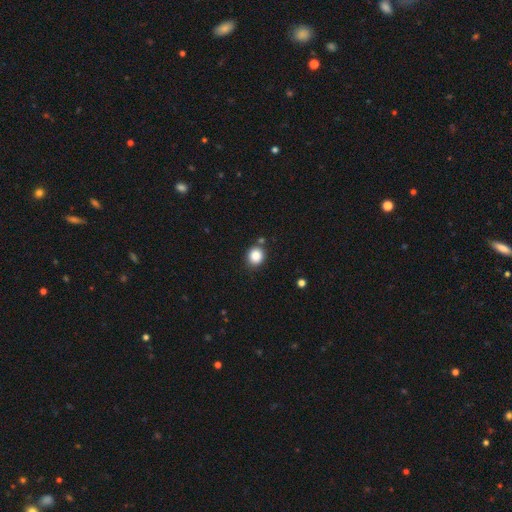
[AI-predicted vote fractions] Overall: smooth (86%). How rounded: round (82%). Merging: none (82%).